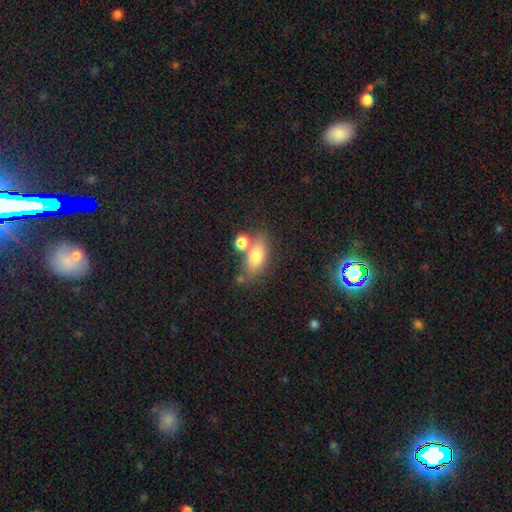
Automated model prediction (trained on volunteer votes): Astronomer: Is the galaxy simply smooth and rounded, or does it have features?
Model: smooth — 72%.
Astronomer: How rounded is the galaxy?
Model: in between — 76%.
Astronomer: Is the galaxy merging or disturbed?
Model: none — 52%.